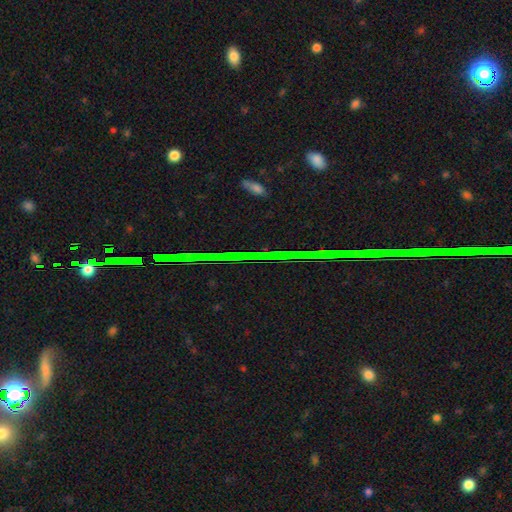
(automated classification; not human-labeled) star or artifact 83%, featured or disk 10%, smooth 7%.